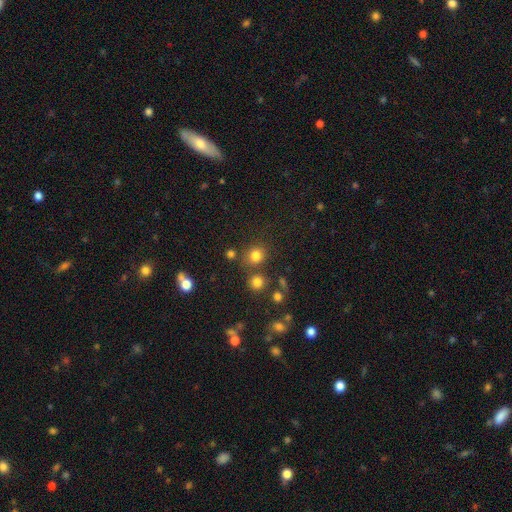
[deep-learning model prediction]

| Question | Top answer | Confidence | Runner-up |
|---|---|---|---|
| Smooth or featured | smooth | 78% | star or artifact (16%) |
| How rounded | round | 78% | in between (21%) |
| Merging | none | 73% | merger (12%) |